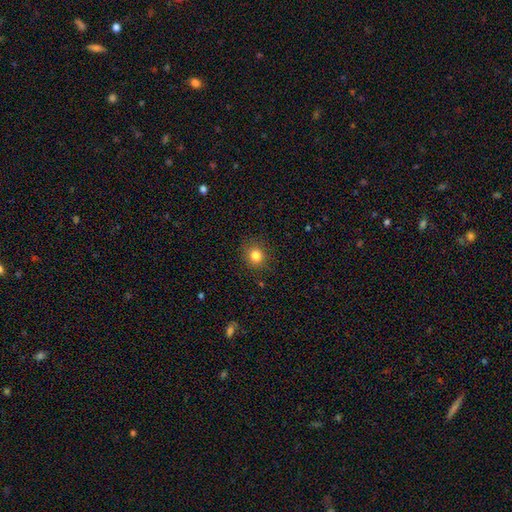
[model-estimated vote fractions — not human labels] smooth 82%, star or artifact 12%, featured or disk 6%. Down the decision tree: how rounded — round (86%); merging — none (88%).